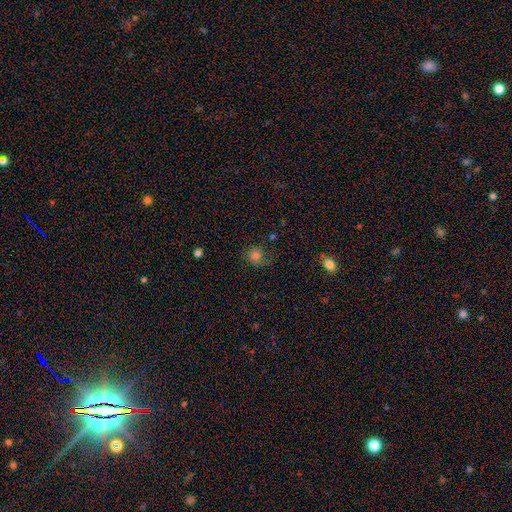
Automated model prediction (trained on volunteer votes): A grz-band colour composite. It shows a smooth galaxy with no disk features (72%) that is round (84%). Merging: none (72%).